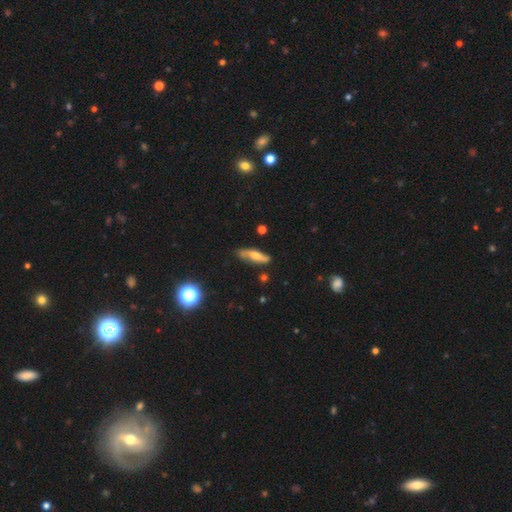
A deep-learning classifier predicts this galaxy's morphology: Q: Smooth or featured?
A: featured or disk (51%); runner-up: smooth (41%)
Q: Edge-on disk?
A: no (55%); runner-up: yes (45%)
Q: Merging?
A: none (70%); runner-up: minor disturbance (22%)